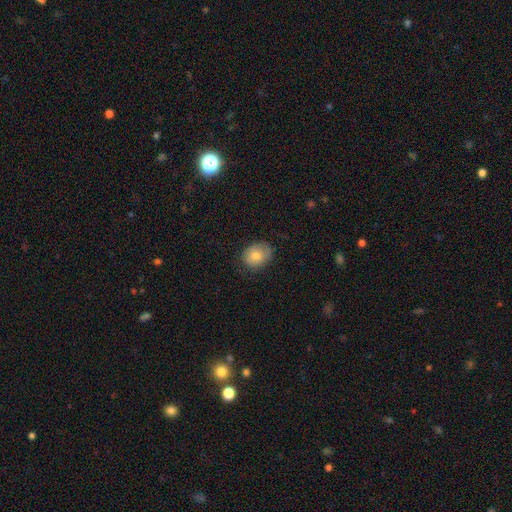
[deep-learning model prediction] The model was most divided on "how rounded": in between: 52%, round: 47%, cigar-shaped: 1%. More confident: smooth or featured — smooth (76%); merging — none (75%).